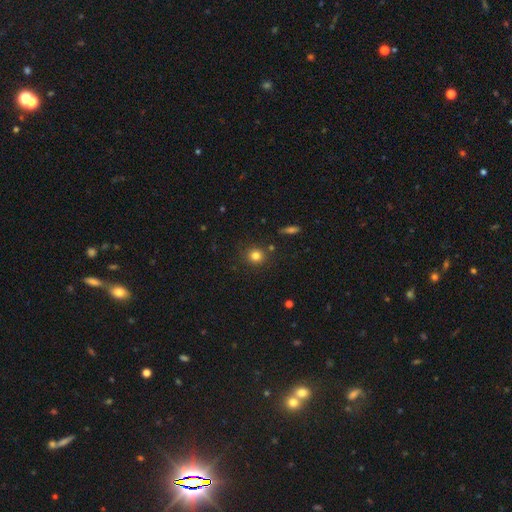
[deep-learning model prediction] smooth-or-featured: smooth: 81% | star or artifact: 13% | featured or disk: 7%
  how-rounded: round: 89% | in between: 10% | cigar-shaped: 1%
  merging: none: 84% | minor disturbance: 9% | merger: 5% | major disturbance: 3%